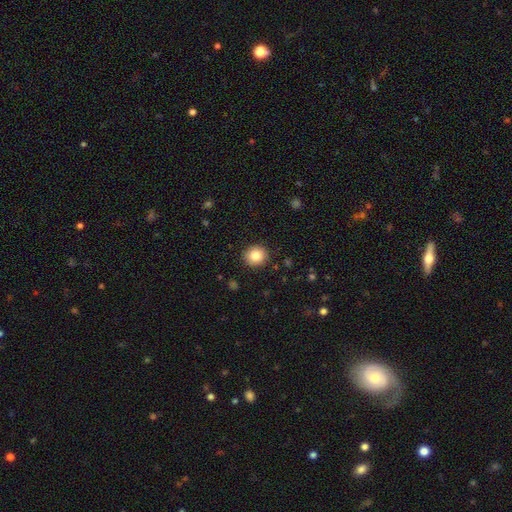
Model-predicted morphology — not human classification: Smooth or featured? smooth (83%)
How rounded? round (88%)
Merging? none (91%)